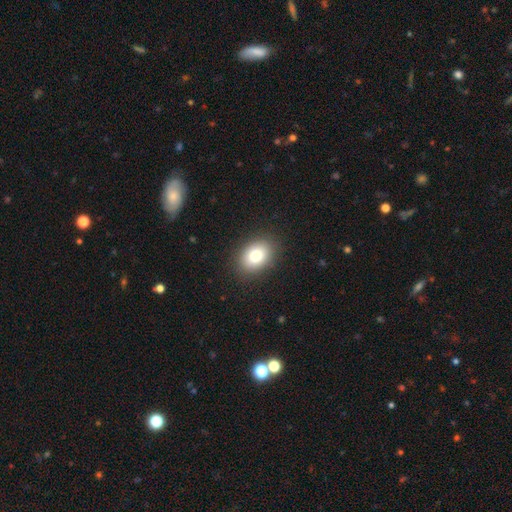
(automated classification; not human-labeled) This appears to be a smooth galaxy with no disk features (82%) that is in between round and cigar-shaped (74%). Merging: none (88%).